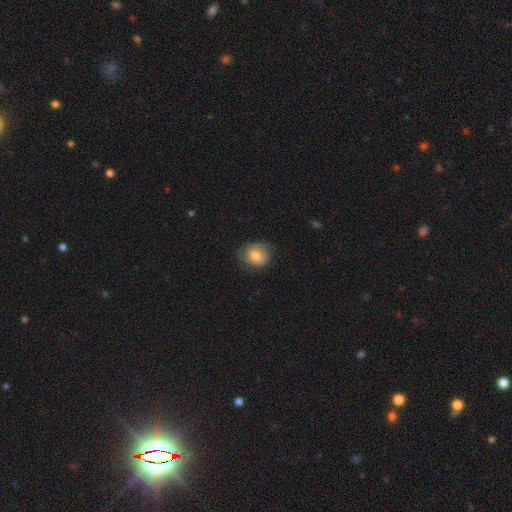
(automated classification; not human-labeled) Morphology: type=smooth (74%); roundness=round (70%); merging=none (60%).